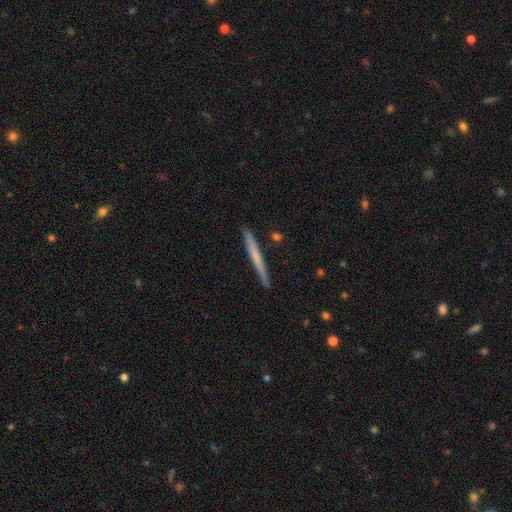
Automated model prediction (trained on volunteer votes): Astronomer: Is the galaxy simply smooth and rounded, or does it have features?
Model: smooth — 53% (runner-up: featured or disk, 42%).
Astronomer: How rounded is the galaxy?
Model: cigar-shaped — 97%.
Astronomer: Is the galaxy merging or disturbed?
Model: none — 91%.